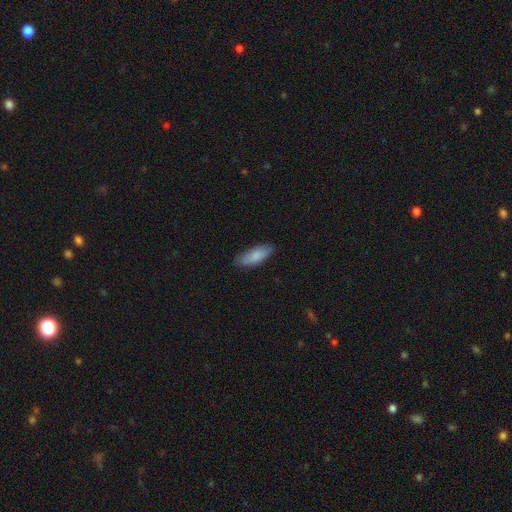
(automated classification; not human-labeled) Overall: smooth (83%). How rounded: in between (72%). Merging: none (80%).